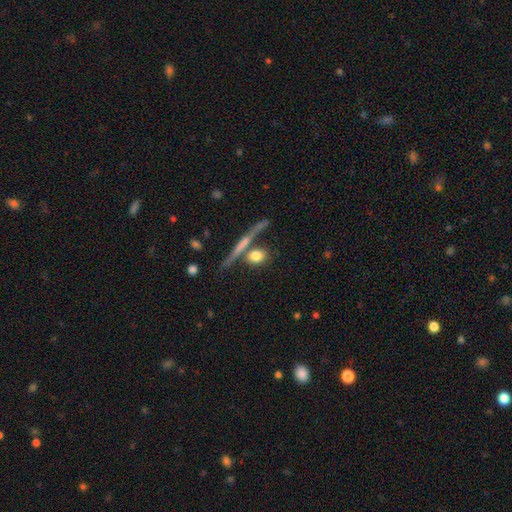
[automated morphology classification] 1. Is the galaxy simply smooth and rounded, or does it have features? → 72% smooth, 19% featured or disk, 9% star or artifact.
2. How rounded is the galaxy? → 54% round, 32% in between, 14% cigar-shaped.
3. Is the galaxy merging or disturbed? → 60% none, 22% merger, 12% minor disturbance, 6% major disturbance.